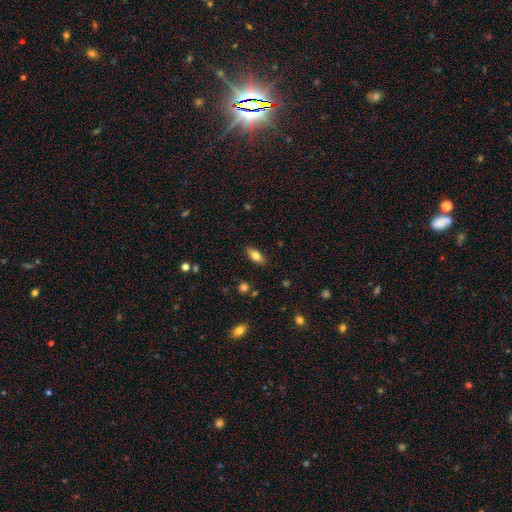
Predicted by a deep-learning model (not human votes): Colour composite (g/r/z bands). It shows a smooth galaxy with no disk features (71%) that is in between round and cigar-shaped (79%). Merging: none (87%).